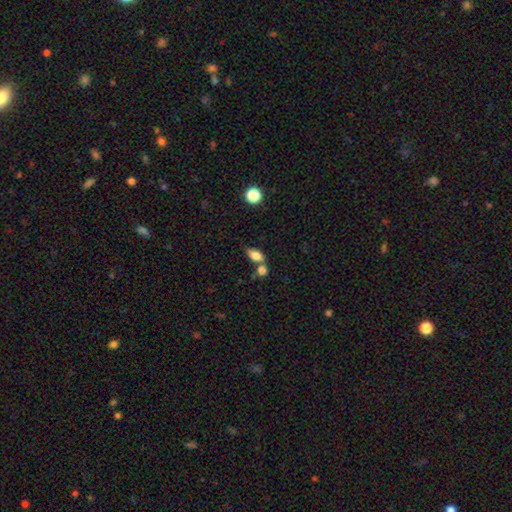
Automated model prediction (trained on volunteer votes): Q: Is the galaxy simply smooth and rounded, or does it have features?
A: smooth — 79%.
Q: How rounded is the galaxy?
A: in between — 85%.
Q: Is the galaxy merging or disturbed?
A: none — 48%.